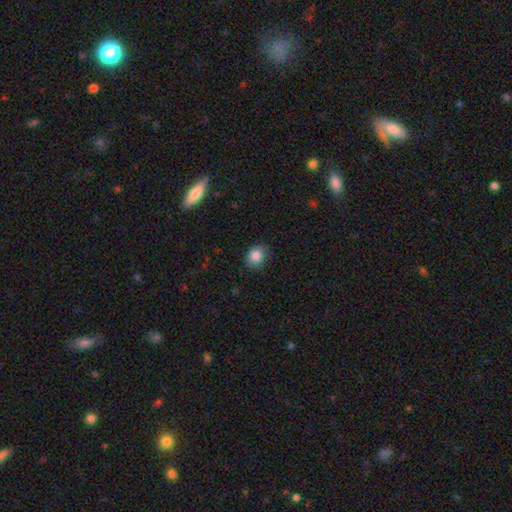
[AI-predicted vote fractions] smooth 85%, star or artifact 9%, featured or disk 6%. Down the decision tree: how rounded — round (63%); merging — none (80%).